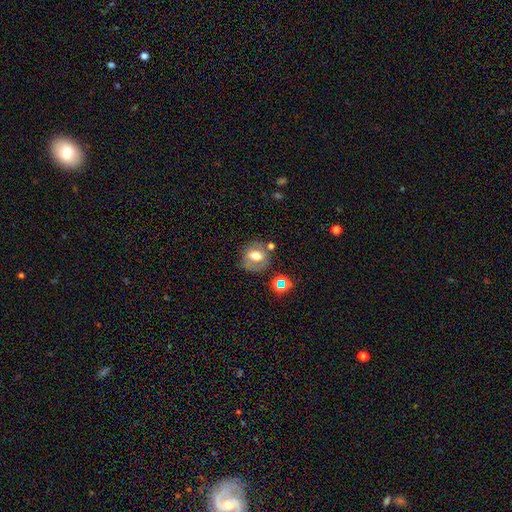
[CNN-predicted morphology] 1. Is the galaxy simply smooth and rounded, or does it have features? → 51% smooth, 37% featured or disk, 12% star or artifact.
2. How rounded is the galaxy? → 56% round, 42% in between, 1% cigar-shaped.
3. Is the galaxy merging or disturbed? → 63% none, 19% minor disturbance, 9% merger, 8% major disturbance.